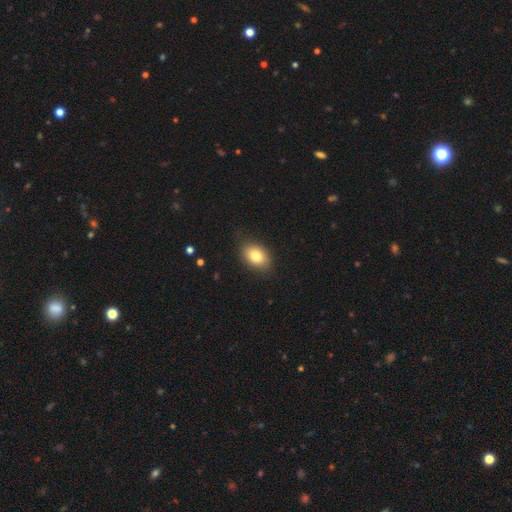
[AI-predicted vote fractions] smooth-or-featured: smooth: 80% | featured or disk: 11% | star or artifact: 9%
  how-rounded: in between: 79% | round: 20% | cigar-shaped: 1%
  merging: none: 84% | minor disturbance: 12% | major disturbance: 3% | merger: 1%